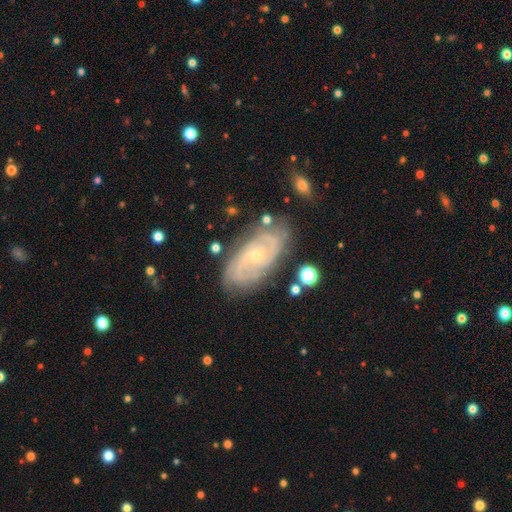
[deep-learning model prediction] This appears to be a featured or disk galaxy (85%) with no bar (74%), 2 (46%) tight (66%) spiral arms (95%) and a small central bulge (79%). Merging: none (77%).